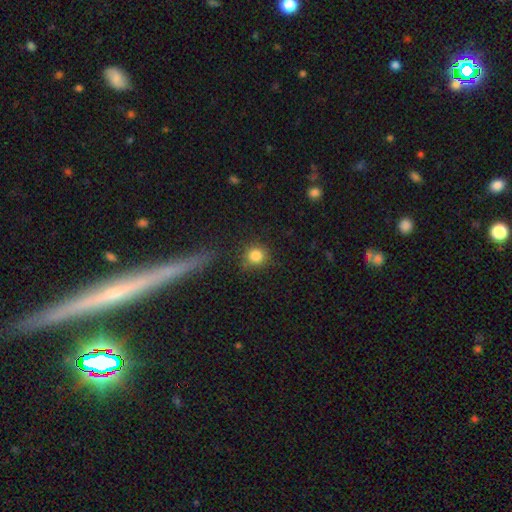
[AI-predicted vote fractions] smooth 83%, star or artifact 11%, featured or disk 5%. Down the decision tree: how rounded — round (90%); merging — none (80%).